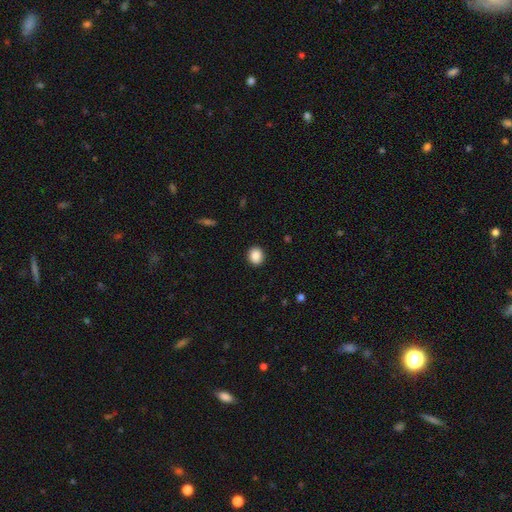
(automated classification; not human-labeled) smooth_or_featured: smooth (p=0.89) [alt: star or artifact p=0.09]
how_rounded: round (p=0.71) [alt: in between p=0.28]
merging: none (p=0.91) [alt: minor disturbance p=0.06]